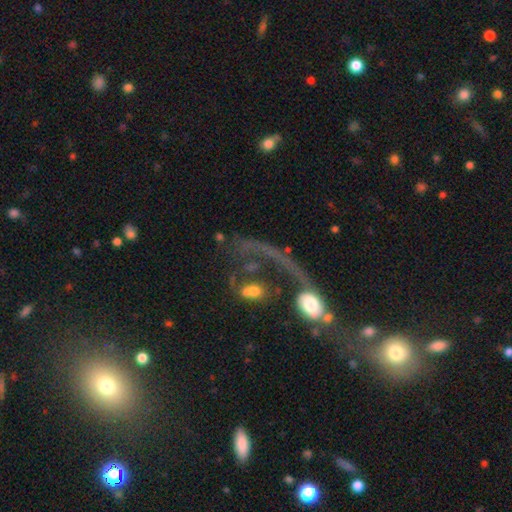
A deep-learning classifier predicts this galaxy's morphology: featured or disk 51%, smooth 28%, star or artifact 21%. Down the decision tree: edge-on disk — no (88%); merging — merger (36%).